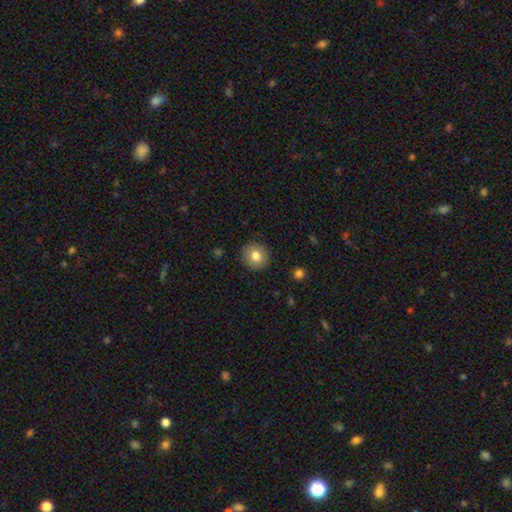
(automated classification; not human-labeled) Overall: smooth (81%). How rounded: round (89%). Merging: none (90%).